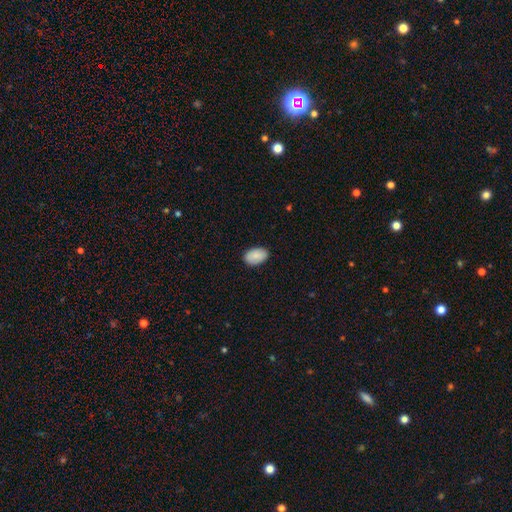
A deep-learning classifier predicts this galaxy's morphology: smooth_or_featured: smooth (p=0.87) [alt: featured or disk p=0.07]
how_rounded: in between (p=0.91) [alt: round p=0.08]
merging: none (p=0.87) [alt: minor disturbance p=0.10]